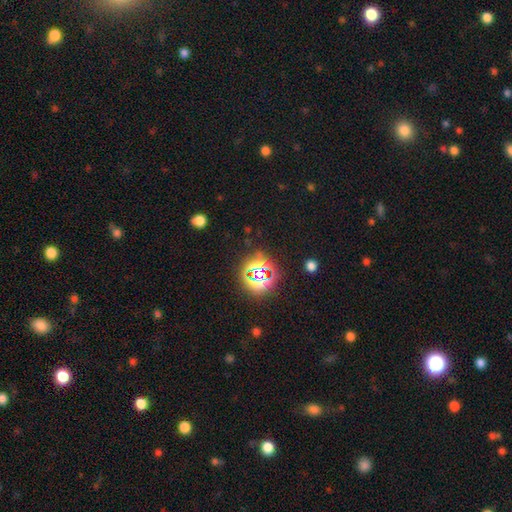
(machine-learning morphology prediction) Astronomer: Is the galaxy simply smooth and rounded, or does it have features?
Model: star or artifact — 69%.